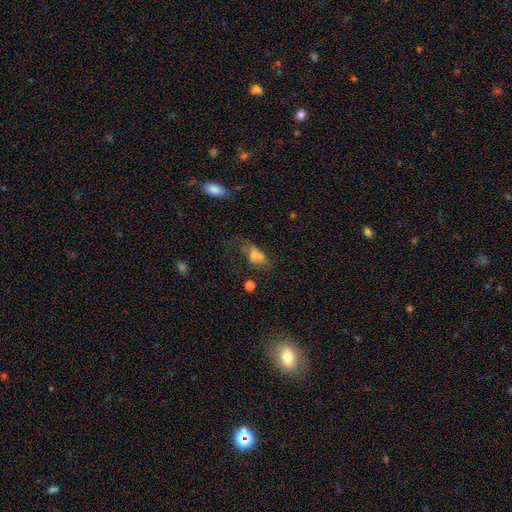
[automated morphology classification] smooth 63%, featured or disk 23%, star or artifact 14%. Down the decision tree: how rounded — in between (74%); merging — merger (40%).